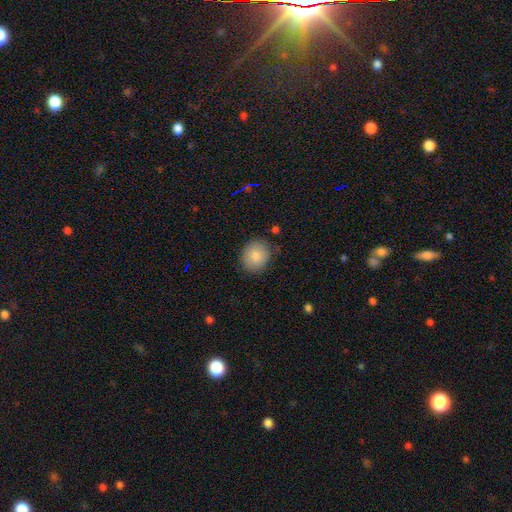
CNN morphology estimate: smooth_or_featured: smooth (p=0.84) [alt: featured or disk p=0.08]
how_rounded: round (p=0.75) [alt: in between p=0.24]
merging: none (p=0.80) [alt: minor disturbance p=0.15]